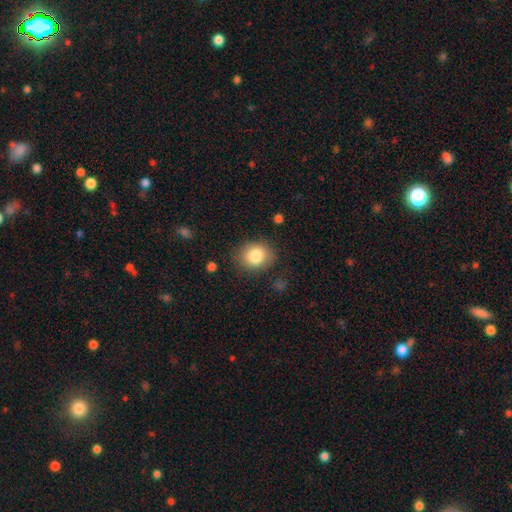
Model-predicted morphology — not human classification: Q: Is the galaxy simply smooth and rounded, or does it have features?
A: smooth — 83%.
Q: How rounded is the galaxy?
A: round — 62%.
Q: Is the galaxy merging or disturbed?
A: none — 82%.